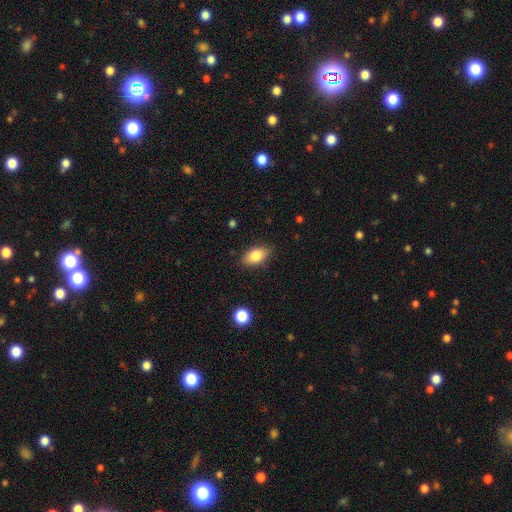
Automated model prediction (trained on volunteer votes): Smooth or featured? Predicted: smooth (p=0.85). How rounded? Predicted: in between (p=0.90). Merging? Predicted: none (p=0.85).